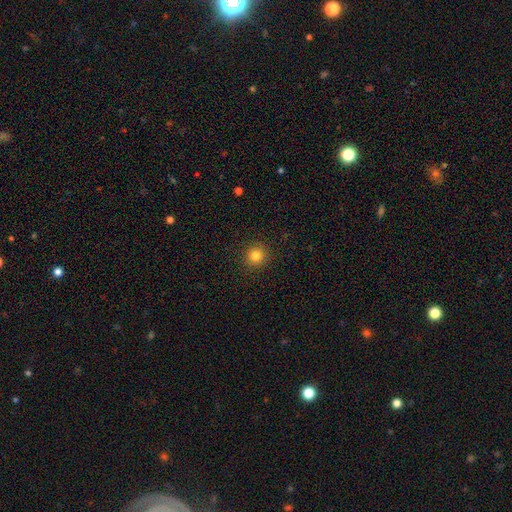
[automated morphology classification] Smooth or featured? smooth (82%)
How rounded? round (94%)
Merging? none (92%)